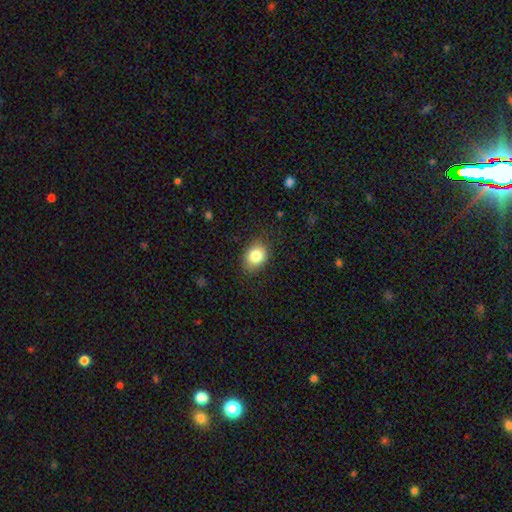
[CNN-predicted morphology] Overall: smooth (83%). How rounded: in between (60%; round 39%). Merging: none (83%).